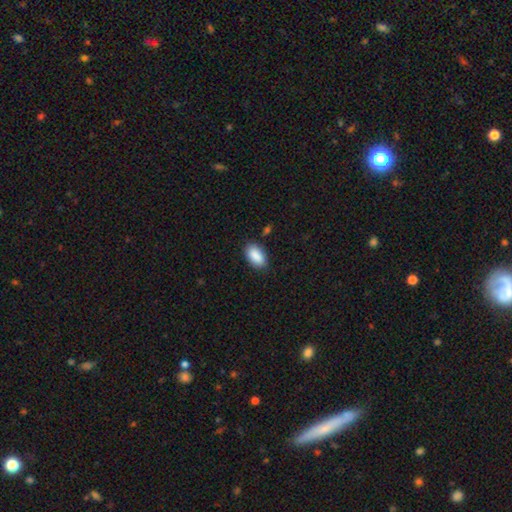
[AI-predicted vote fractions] Smooth or featured?
  - smooth: 89% *
  - star or artifact: 7%
  - featured or disk: 4%
How rounded?
  - in between: 93% *
  - round: 4%
  - cigar-shaped: 2%
Merging?
  - none: 82% *
  - minor disturbance: 13%
  - major disturbance: 3%
  - merger: 2%